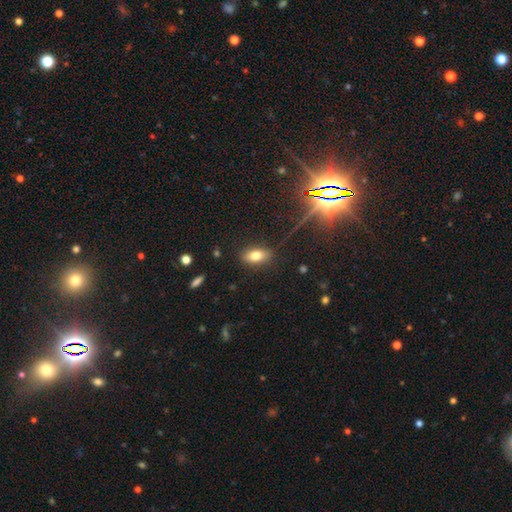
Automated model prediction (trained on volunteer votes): smooth 74%, featured or disk 14%, star or artifact 12%. Down the decision tree: how rounded — in between (86%); merging — none (85%).